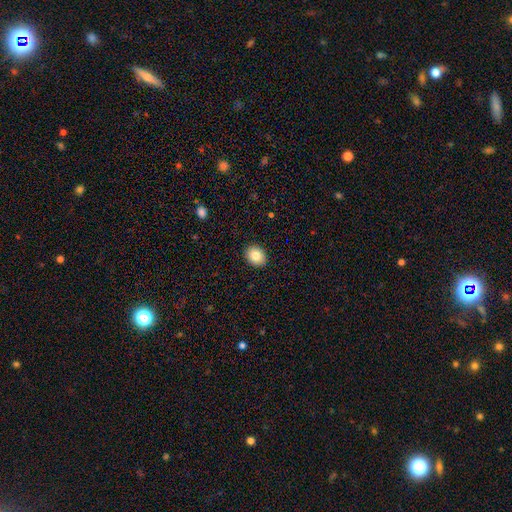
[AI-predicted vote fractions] A smooth galaxy with no disk features (84%) that is round (51%). Merging: none (91%).